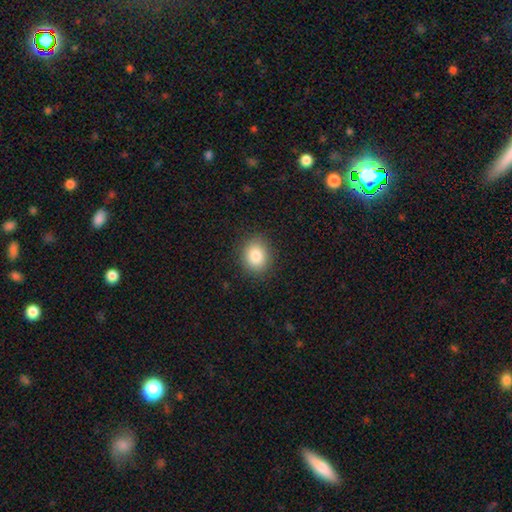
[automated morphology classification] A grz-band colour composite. It shows a smooth galaxy with no disk features (84%) that is round (63%). Merging: none (88%).